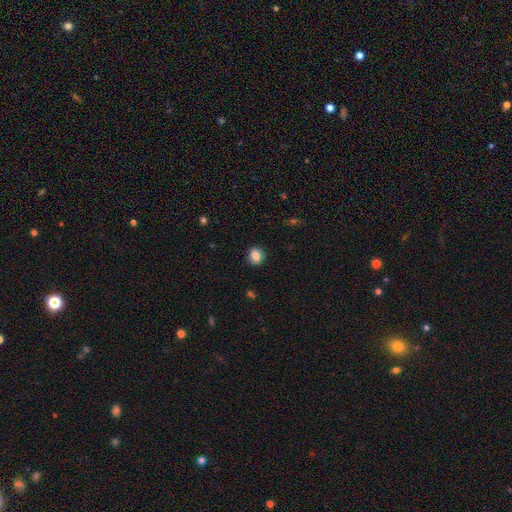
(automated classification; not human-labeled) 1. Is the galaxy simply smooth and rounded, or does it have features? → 84% smooth, 9% star or artifact, 7% featured or disk.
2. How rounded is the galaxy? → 78% round, 21% in between, 1% cigar-shaped.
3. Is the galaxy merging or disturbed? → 91% none, 7% minor disturbance, 2% major disturbance, 1% merger.